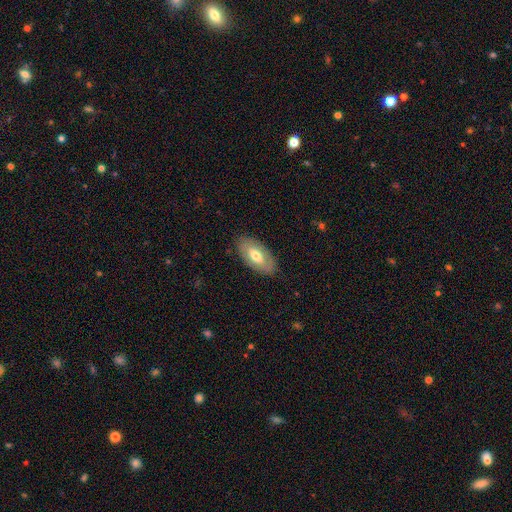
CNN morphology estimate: Smooth or featured? Predicted: smooth (p=0.62). How rounded? Predicted: in between (p=0.93). Merging? Predicted: none (p=0.86).